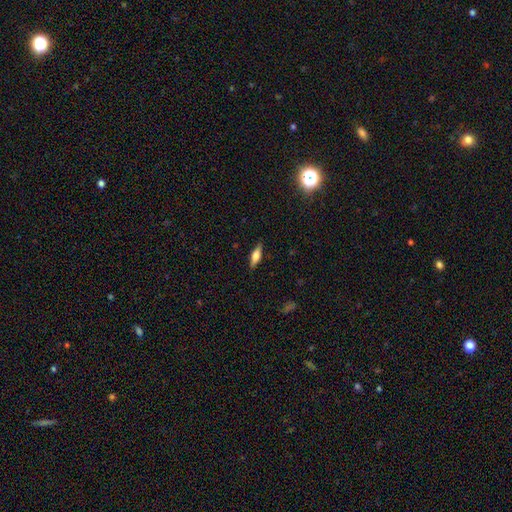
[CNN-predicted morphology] type=smooth (51%); roundness=cigar-shaped (50%); merging=none (87%).